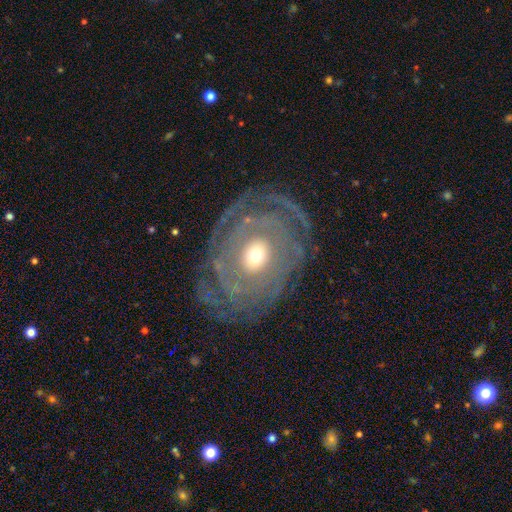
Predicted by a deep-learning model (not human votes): smooth-or-featured: featured or disk: 77% | smooth: 16% | star or artifact: 7%
  disk-edge-on: no: 95% | yes: 5%
    bar: no: 83% | weak: 12% | strong: 5%
    has-spiral-arms: yes: 66% | no: 34%
    bulge-size: moderate: 47% | small: 44% | large: 6% | dominant: 2% | none: 1%
  merging: none: 70% | minor disturbance: 15% | major disturbance: 13% | merger: 2%